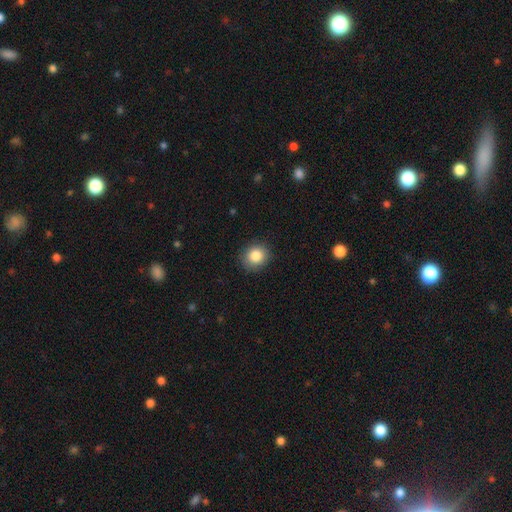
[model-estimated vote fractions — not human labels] Smooth or featured: smooth — 85% (star or artifact — 9%)
How rounded: round — 81% (in between — 18%)
Merging: none — 88% (minor disturbance — 9%)